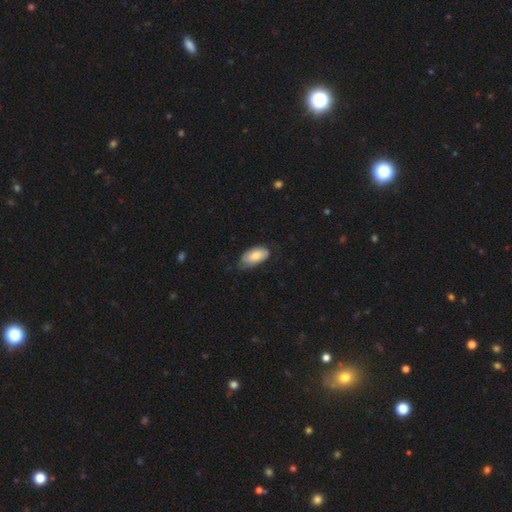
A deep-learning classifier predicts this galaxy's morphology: smooth_or_featured: smooth (p=0.79) [alt: featured or disk p=0.16]
how_rounded: in between (p=0.94) [alt: cigar-shaped p=0.03]
merging: none (p=0.57) [alt: minor disturbance p=0.35]